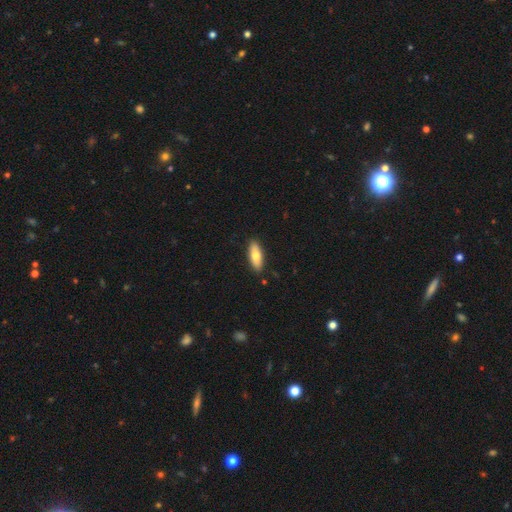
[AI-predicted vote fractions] Q: Smooth or featured?
A: smooth (69%); runner-up: featured or disk (25%)
Q: How rounded?
A: in between (68%); runner-up: cigar-shaped (30%)
Q: Merging?
A: none (88%); runner-up: minor disturbance (9%)